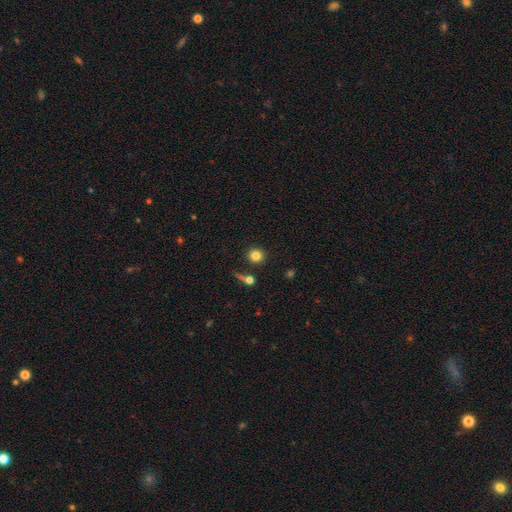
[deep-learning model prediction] smooth 81%, star or artifact 11%, featured or disk 8%. Down the decision tree: how rounded — round (89%); merging — none (83%).